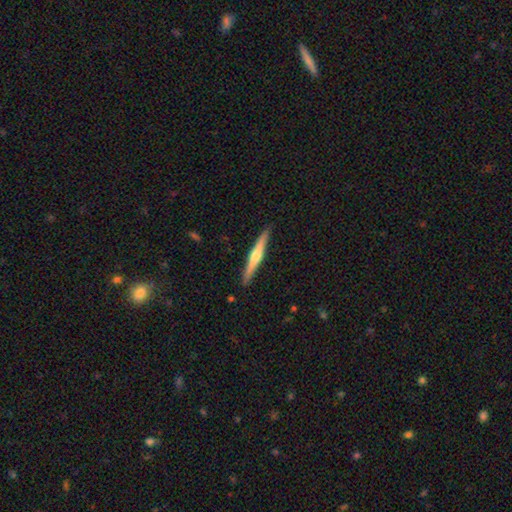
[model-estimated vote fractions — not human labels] A featured or disk galaxy (65%) viewed edge-on (98%) with a rounded central bulge (84%).

Vote fractions:
- Smooth or featured? featured or disk: 65% / smooth: 30% / star or artifact: 5%
- Edge-on disk? yes: 98% / no: 2%
- Edge-on bulge? rounded: 84% / none: 9% / boxy: 6%
- Merging? none: 91% / minor disturbance: 6% / major disturbance: 1% / merger: 1%